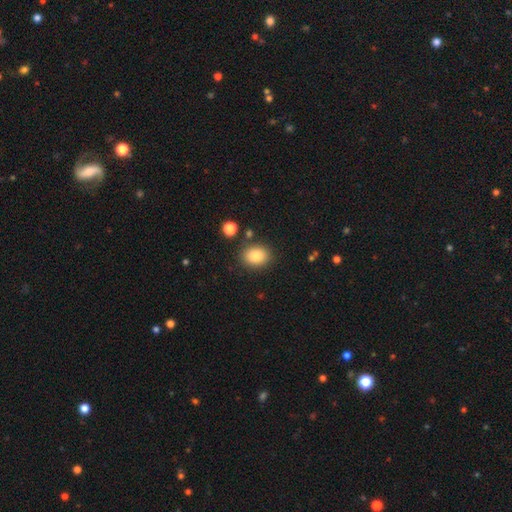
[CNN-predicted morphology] Smooth or featured? Predicted: smooth (p=0.84). How rounded? Predicted: in between (p=0.54). Merging? Predicted: none (p=0.84).